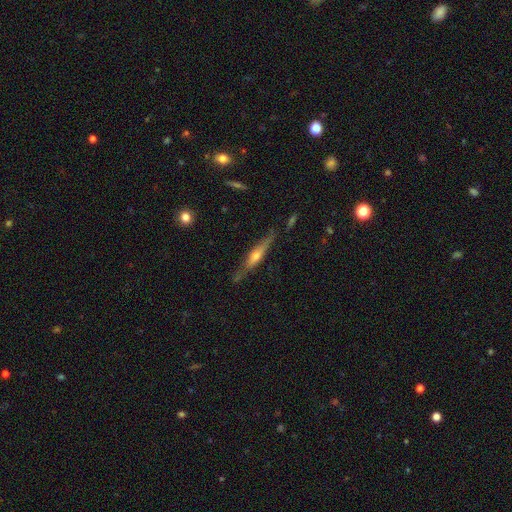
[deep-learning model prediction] Smooth or featured: featured or disk — 61% (smooth — 32%)
Edge-on disk: yes — 92% (no — 8%)
Edge-on bulge: rounded — 82% (none — 10%)
Merging: none — 74% (minor disturbance — 18%)